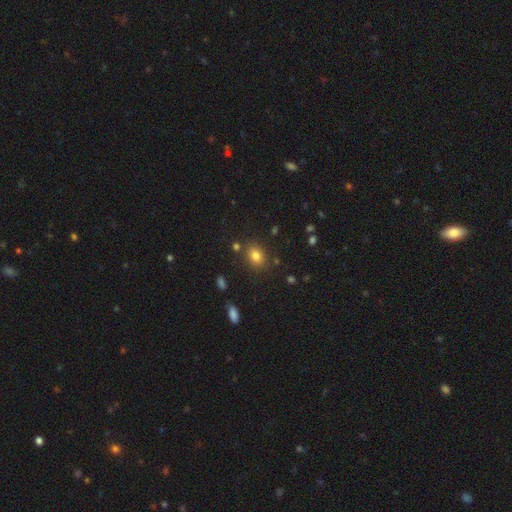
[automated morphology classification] Smooth or featured?
  - smooth: 80% *
  - star or artifact: 12%
  - featured or disk: 7%
How rounded?
  - in between: 64% *
  - round: 35%
  - cigar-shaped: 1%
Merging?
  - none: 79% *
  - minor disturbance: 11%
  - merger: 5%
  - major disturbance: 4%